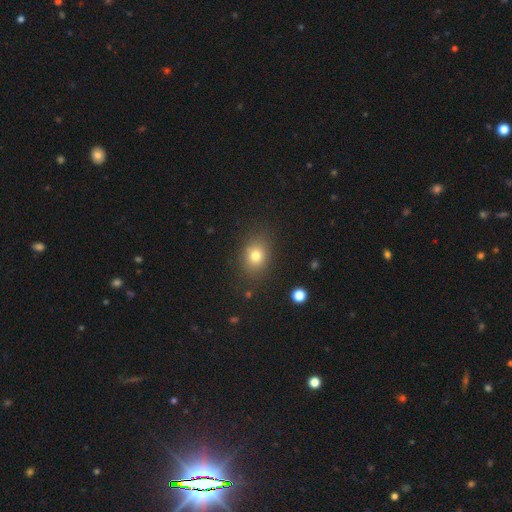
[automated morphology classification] Smooth or featured? smooth (77%)
How rounded? in between (52%)
Merging? none (82%)